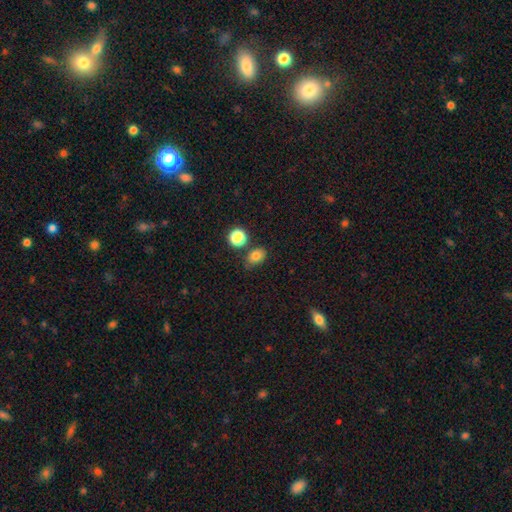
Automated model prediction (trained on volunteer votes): This is likely a smooth galaxy (79%). How rounded: likely in between (67%). Merging: likely none (68%).